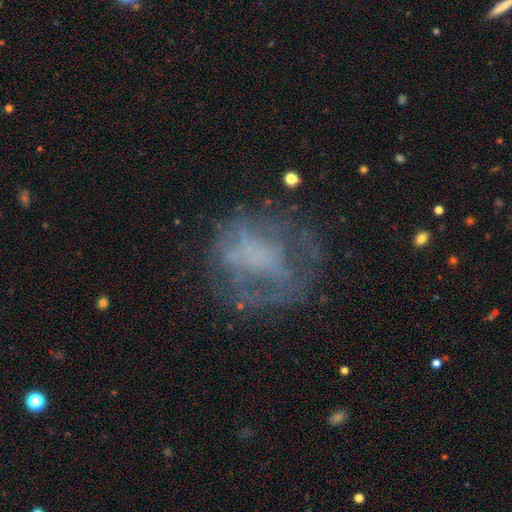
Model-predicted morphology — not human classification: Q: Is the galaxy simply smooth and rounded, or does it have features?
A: featured or disk — 56%.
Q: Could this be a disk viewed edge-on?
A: no — 97%.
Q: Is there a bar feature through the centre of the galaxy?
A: no — 80%.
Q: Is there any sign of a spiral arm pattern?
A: no — 77%.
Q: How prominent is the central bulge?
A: none — 68%.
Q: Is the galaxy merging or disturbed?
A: none — 52%.